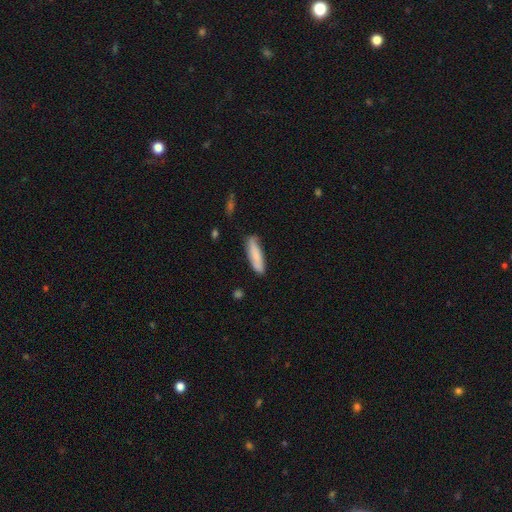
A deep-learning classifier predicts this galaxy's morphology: This appears to be a smooth galaxy with no disk features (78%) that is cigar-shaped (67%). Merging: none (77%).